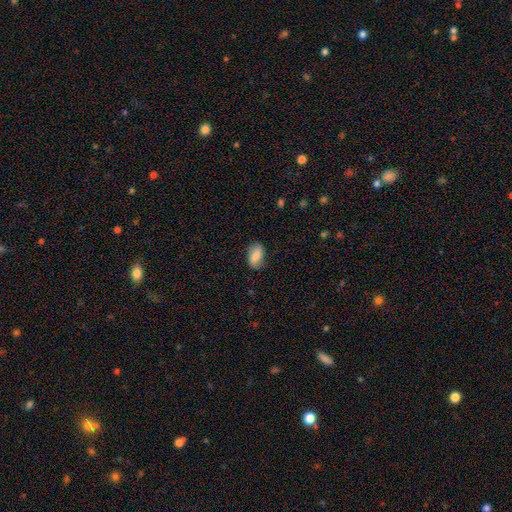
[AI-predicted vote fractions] Overall: smooth (81%). How rounded: in between (92%). Merging: none (80%).